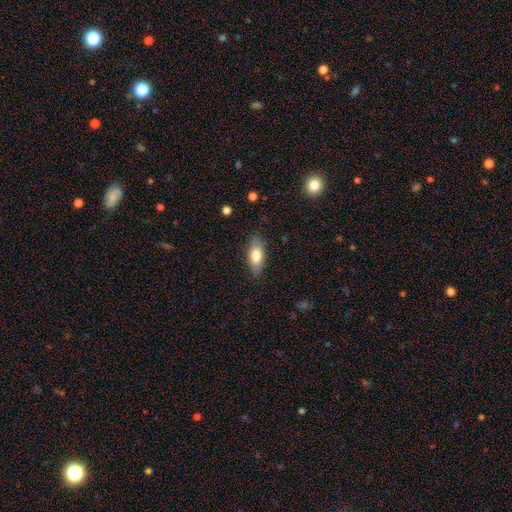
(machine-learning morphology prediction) smooth 74%, featured or disk 19%, star or artifact 7%. Down the decision tree: how rounded — in between (81%); merging — none (82%).